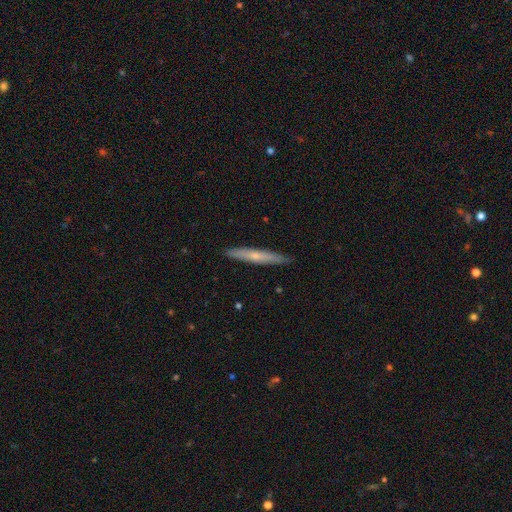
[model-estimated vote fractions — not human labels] Overall: smooth (50%; featured or disk 44%). How rounded: cigar-shaped (95%). Merging: none (90%).